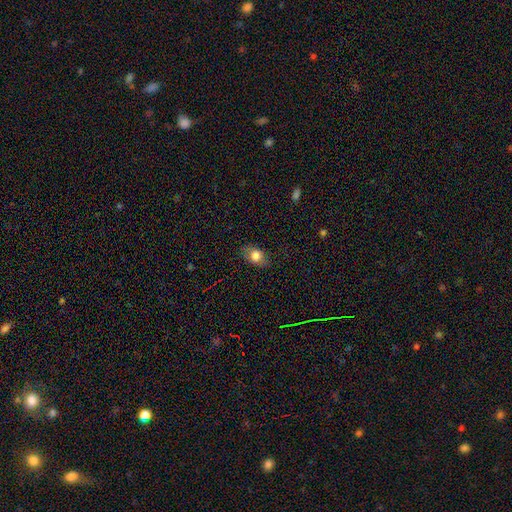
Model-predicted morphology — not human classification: This is likely a smooth galaxy (77%). How rounded: likely in between (77%). Merging: likely none (79%).